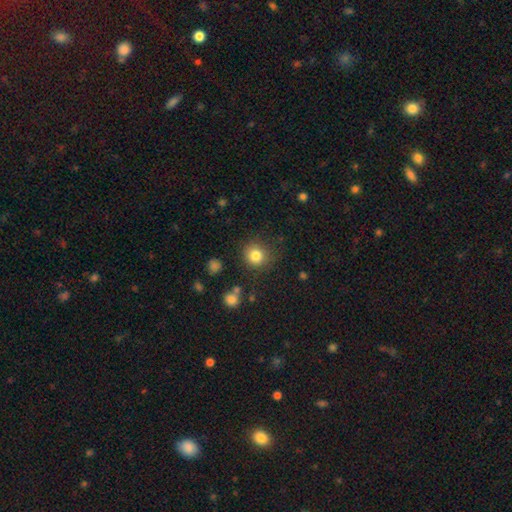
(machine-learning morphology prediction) Smooth or featured? smooth (82%)
How rounded? round (91%)
Merging? none (84%)